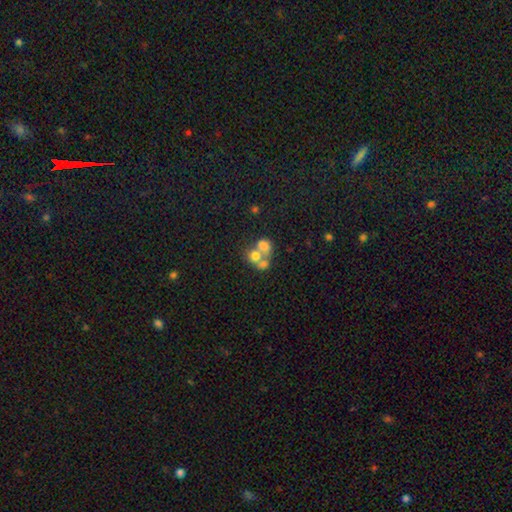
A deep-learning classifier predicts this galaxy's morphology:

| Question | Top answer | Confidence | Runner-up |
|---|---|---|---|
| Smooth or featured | smooth | 65% | featured or disk (23%) |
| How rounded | round | 69% | in between (30%) |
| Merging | merger | 64% | none (25%) |